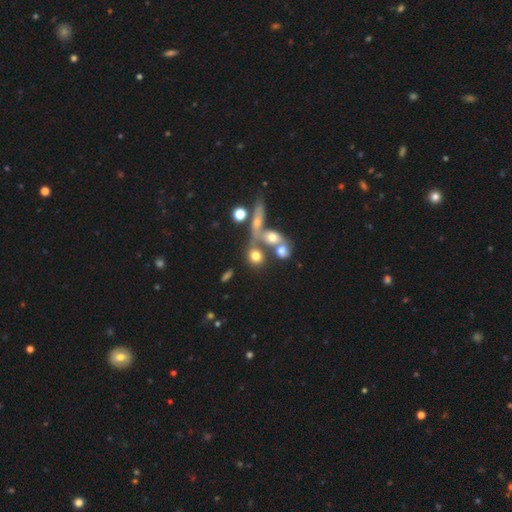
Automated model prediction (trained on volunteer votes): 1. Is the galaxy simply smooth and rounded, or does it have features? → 67% smooth, 19% featured or disk, 14% star or artifact.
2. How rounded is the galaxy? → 69% round, 25% in between, 6% cigar-shaped.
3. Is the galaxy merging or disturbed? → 45% none, 38% merger, 11% minor disturbance, 7% major disturbance.